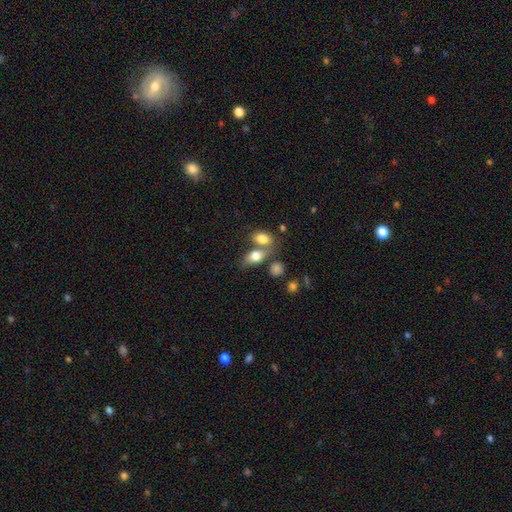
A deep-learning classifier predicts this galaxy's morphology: Q: Smooth or featured?
A: smooth (76%); runner-up: featured or disk (15%)
Q: How rounded?
A: in between (82%); runner-up: round (13%)
Q: Merging?
A: merger (43%); runner-up: none (39%)